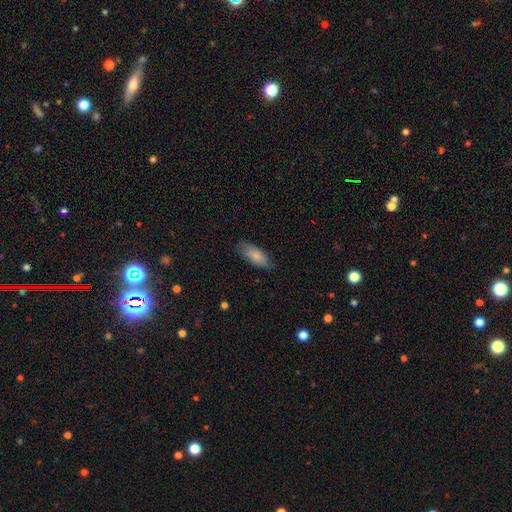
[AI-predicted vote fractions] This appears to be a smooth galaxy with no disk features (81%) that is in between round and cigar-shaped (82%). Merging: none (77%).